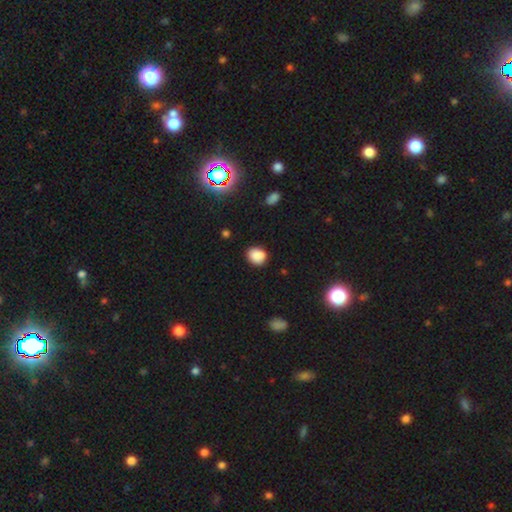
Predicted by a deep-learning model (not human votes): smooth 84%, star or artifact 10%, featured or disk 5%. Down the decision tree: how rounded — round (55%); merging — none (75%).